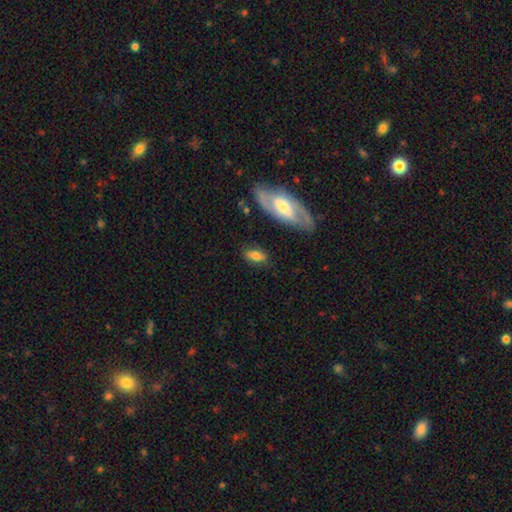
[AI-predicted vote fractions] Smooth or featured? Predicted: smooth (p=0.64). How rounded? Predicted: in between (p=0.84). Merging? Predicted: none (p=0.75).